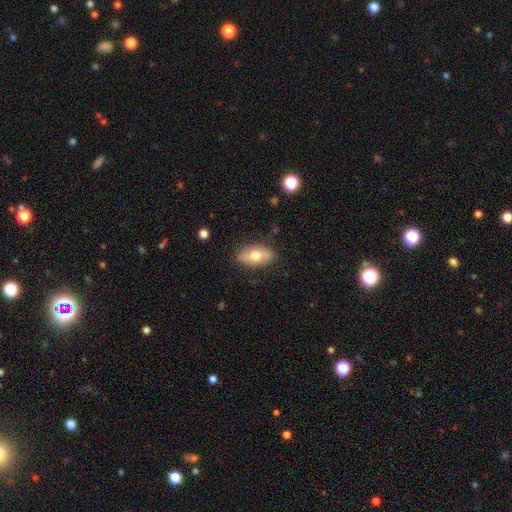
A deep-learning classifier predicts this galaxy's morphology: Q: Smooth or featured?
A: smooth (67%); runner-up: featured or disk (27%)
Q: How rounded?
A: in between (92%); runner-up: round (6%)
Q: Merging?
A: none (83%); runner-up: minor disturbance (13%)